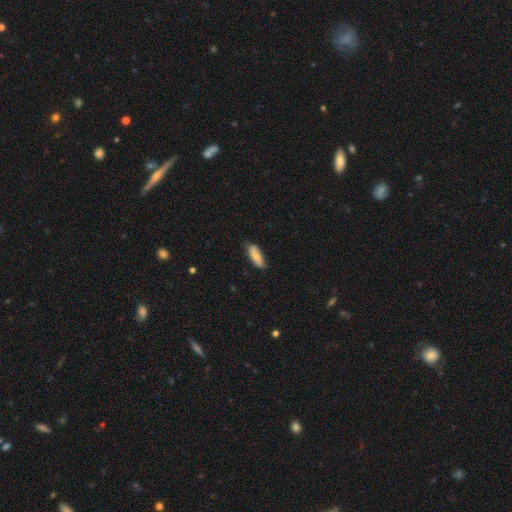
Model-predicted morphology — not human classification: Smooth or featured: smooth — 78% (featured or disk — 16%)
How rounded: in between — 62% (cigar-shaped — 36%)
Merging: none — 79% (minor disturbance — 17%)